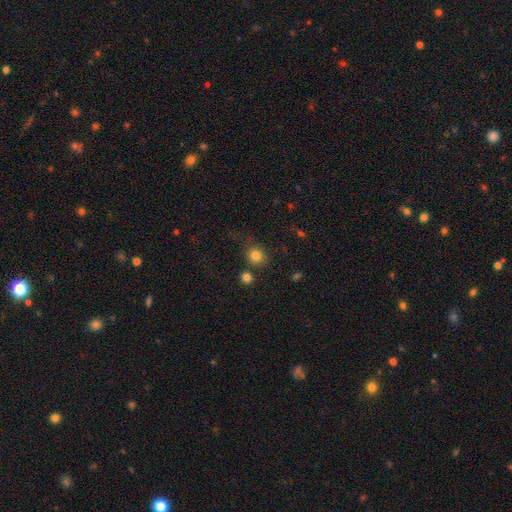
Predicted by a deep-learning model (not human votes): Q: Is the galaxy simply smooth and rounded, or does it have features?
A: smooth — 81%.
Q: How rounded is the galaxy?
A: round — 83%.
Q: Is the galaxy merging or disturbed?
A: none — 69%.